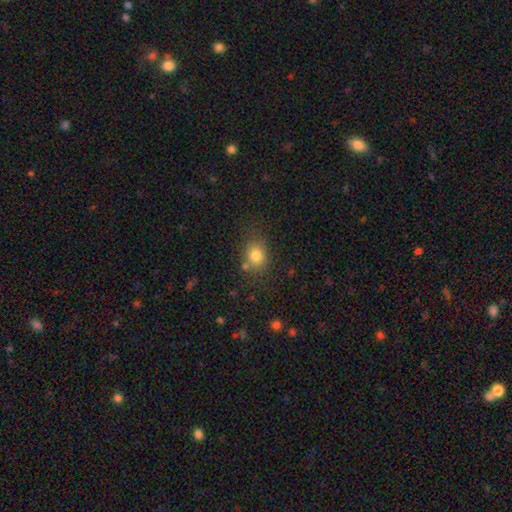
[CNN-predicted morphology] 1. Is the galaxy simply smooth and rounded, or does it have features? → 79% smooth, 12% star or artifact, 9% featured or disk.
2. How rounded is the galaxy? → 60% round, 39% in between, 1% cigar-shaped.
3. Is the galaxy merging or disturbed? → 71% none, 16% minor disturbance, 9% merger, 5% major disturbance.